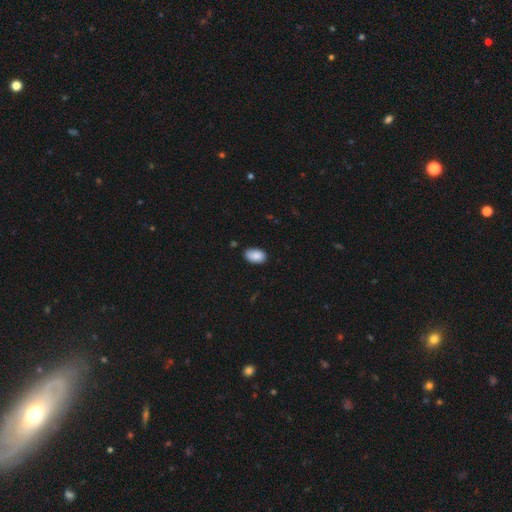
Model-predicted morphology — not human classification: Smooth or featured? Predicted: smooth (p=0.88). How rounded? Predicted: in between (p=0.93). Merging? Predicted: none (p=0.79).